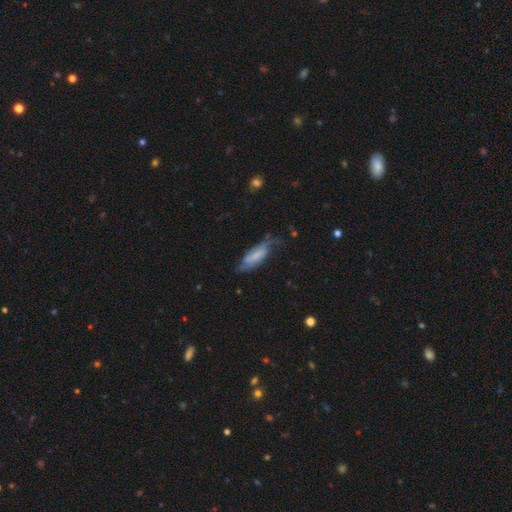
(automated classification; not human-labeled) Smooth or featured: featured or disk — 53% (smooth — 39%)
Edge-on disk: no — 80% (yes — 20%)
Merging: none — 52% (minor disturbance — 29%)